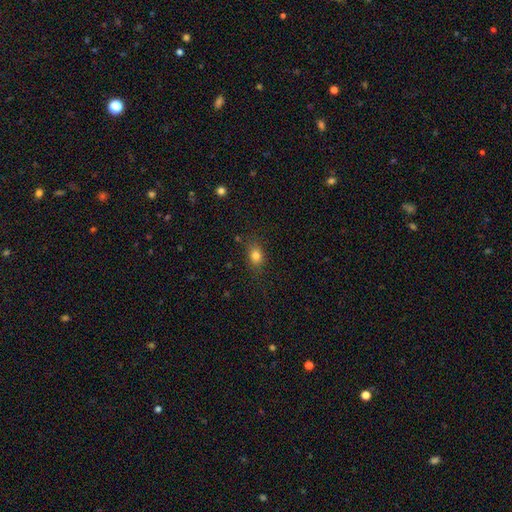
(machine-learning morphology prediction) Smooth or featured?
  - smooth: 80% *
  - star or artifact: 12%
  - featured or disk: 7%
How rounded?
  - in between: 60% *
  - round: 38%
  - cigar-shaped: 2%
Merging?
  - none: 81% *
  - minor disturbance: 14%
  - major disturbance: 4%
  - merger: 2%